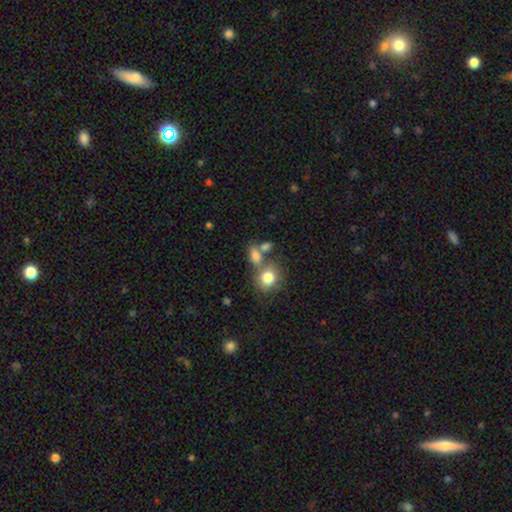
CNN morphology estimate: Q: Smooth or featured?
A: smooth (78%); runner-up: featured or disk (11%)
Q: How rounded?
A: in between (68%); runner-up: round (28%)
Q: Merging?
A: merger (41%); tied with: none (41%)